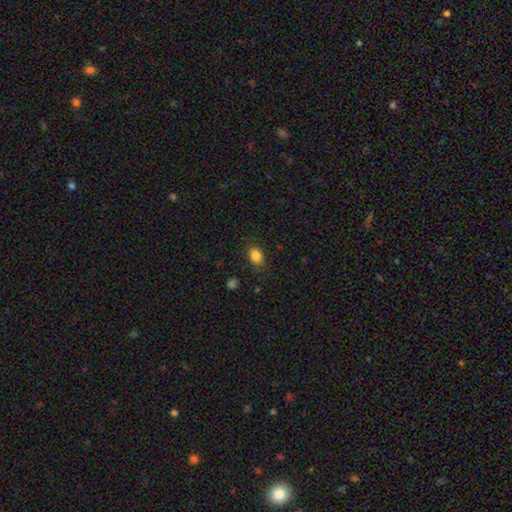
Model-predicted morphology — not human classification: A smooth galaxy with no disk features (85%) that is in between round and cigar-shaped (82%). Merging: none (85%).